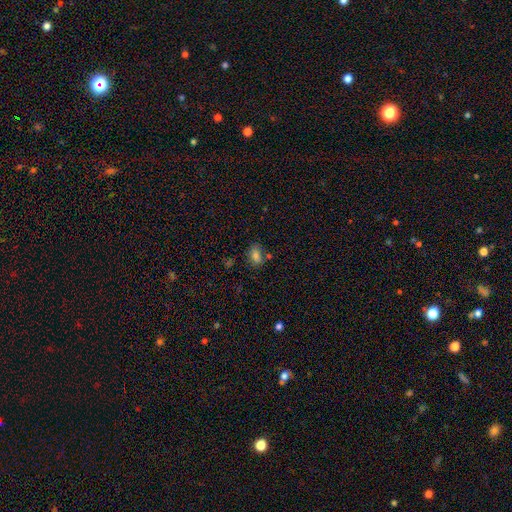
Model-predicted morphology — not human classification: A smooth galaxy with no disk features (76%) that is in between round and cigar-shaped (82%).

Vote fractions:
- Smooth or featured? smooth: 76% / star or artifact: 13% / featured or disk: 11%
- How rounded? in between: 82% / round: 14% / cigar-shaped: 3%
- Merging? none: 69% / minor disturbance: 17% / merger: 9% / major disturbance: 4%